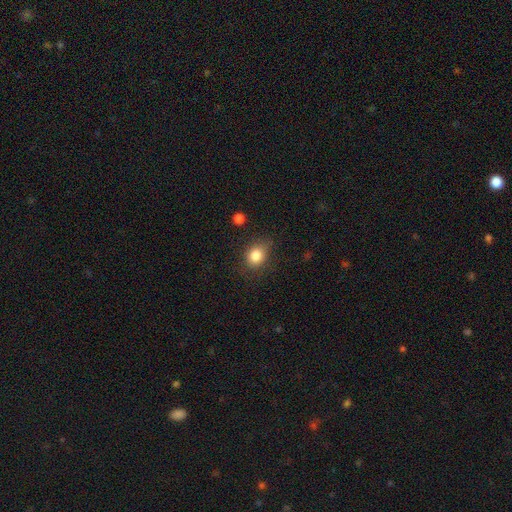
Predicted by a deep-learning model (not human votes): A smooth galaxy with no disk features (82%) that is round (56%).

Vote fractions:
- Smooth or featured? smooth: 82% / star or artifact: 11% / featured or disk: 7%
- How rounded? round: 56% / in between: 43% / cigar-shaped: 1%
- Merging? none: 74% / minor disturbance: 19% / major disturbance: 5% / merger: 2%